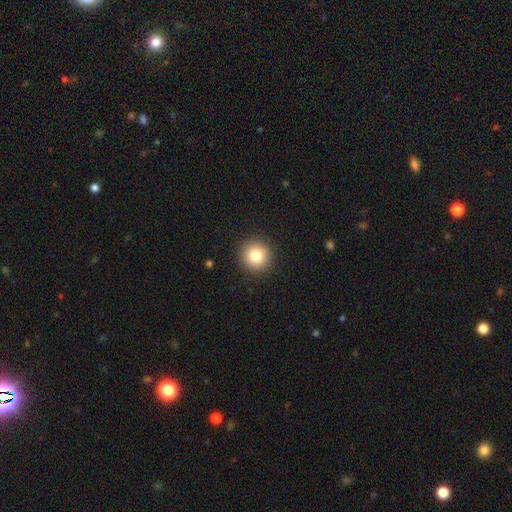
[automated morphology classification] Smooth or featured?
  - smooth: 82% *
  - star or artifact: 10%
  - featured or disk: 7%
How rounded?
  - round: 94% *
  - in between: 5%
  - cigar-shaped: 1%
Merging?
  - none: 92% *
  - minor disturbance: 5%
  - major disturbance: 2%
  - merger: 1%